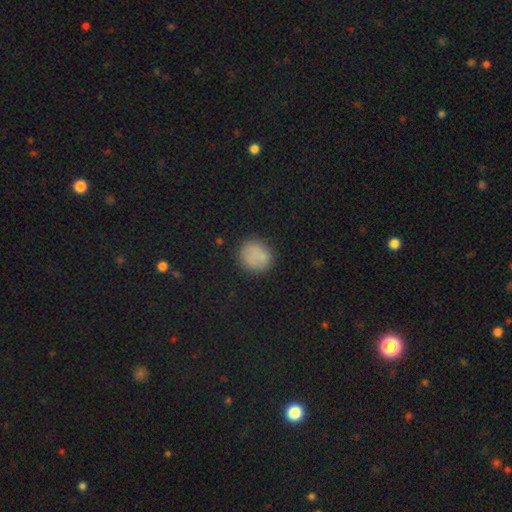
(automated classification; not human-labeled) Morphology: type=smooth (81%); roundness=round (86%); merging=none (82%).